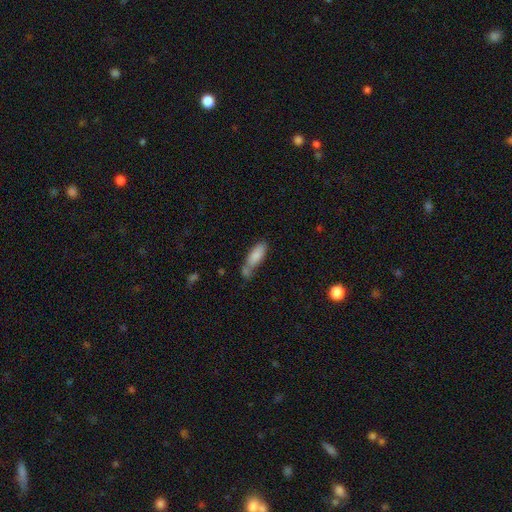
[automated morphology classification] This is clearly a smooth galaxy (83%). How rounded: likely in between (68%). Merging: marginally none (39%).